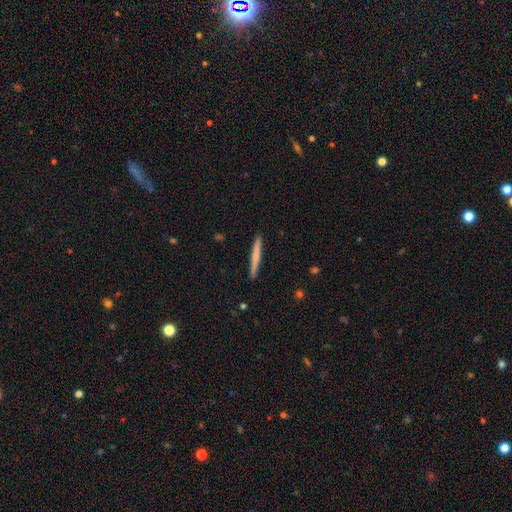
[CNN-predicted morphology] Smooth or featured?
  - smooth: 63% *
  - featured or disk: 31%
  - star or artifact: 5%
How rounded?
  - cigar-shaped: 97% *
  - in between: 2%
  - round: 1%
Merging?
  - none: 92% *
  - minor disturbance: 5%
  - major disturbance: 1%
  - merger: 1%